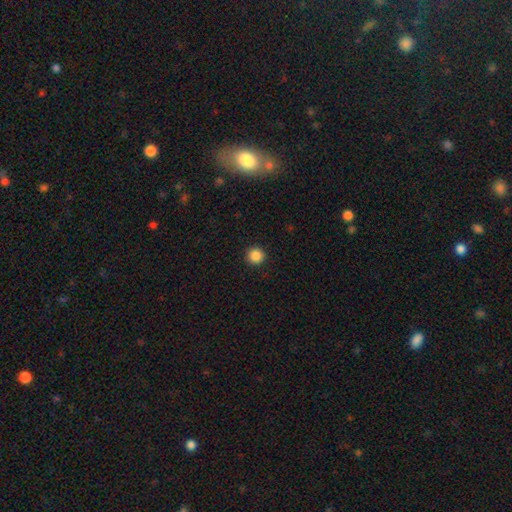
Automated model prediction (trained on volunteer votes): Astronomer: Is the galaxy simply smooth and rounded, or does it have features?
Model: smooth — 87%.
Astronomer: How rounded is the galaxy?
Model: round — 95%.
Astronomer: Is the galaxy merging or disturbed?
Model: none — 93%.